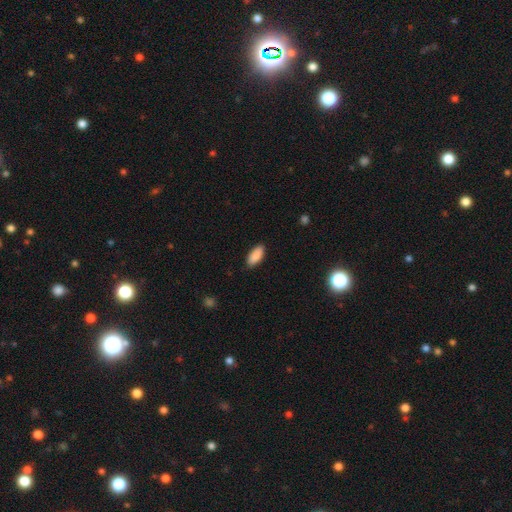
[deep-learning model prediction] smooth 89%, star or artifact 7%, featured or disk 4%. Down the decision tree: how rounded — in between (88%); merging — none (87%).